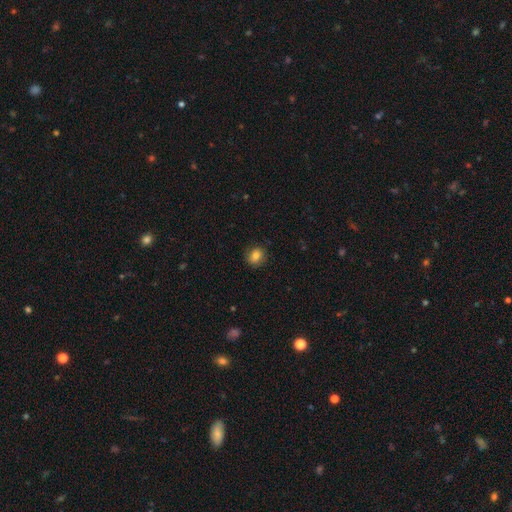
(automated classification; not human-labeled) Q: Smooth or featured?
A: smooth (82%); runner-up: star or artifact (10%)
Q: How rounded?
A: round (70%); runner-up: in between (29%)
Q: Merging?
A: none (86%); runner-up: minor disturbance (11%)